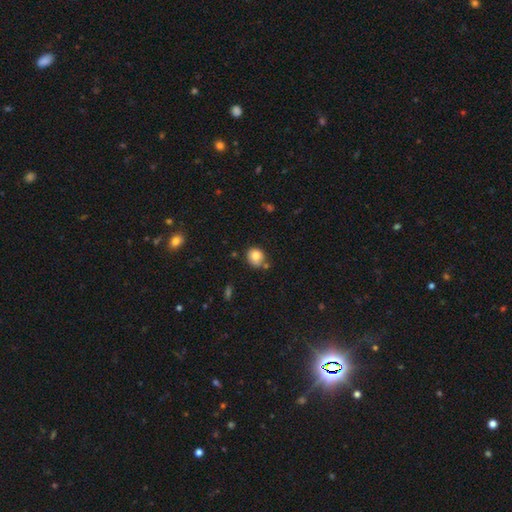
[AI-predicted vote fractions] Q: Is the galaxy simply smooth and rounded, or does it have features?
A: smooth — 79%.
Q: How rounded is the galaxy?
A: round — 79%.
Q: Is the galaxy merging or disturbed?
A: none — 70%.